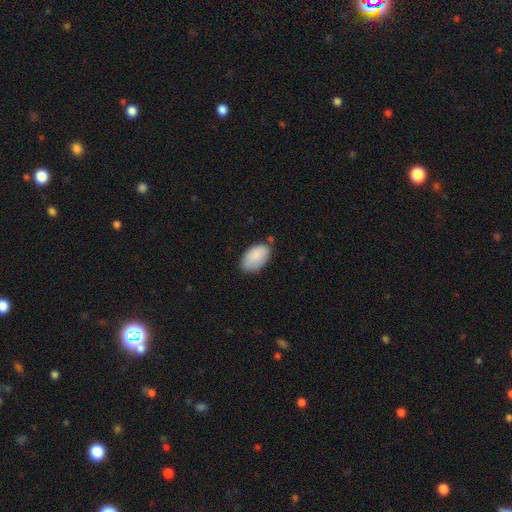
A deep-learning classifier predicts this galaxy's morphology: Smooth or featured?
  - smooth: 87% *
  - featured or disk: 6%
  - star or artifact: 6%
How rounded?
  - in between: 95% *
  - round: 4%
  - cigar-shaped: 1%
Merging?
  - none: 71% *
  - minor disturbance: 22%
  - major disturbance: 4%
  - merger: 3%